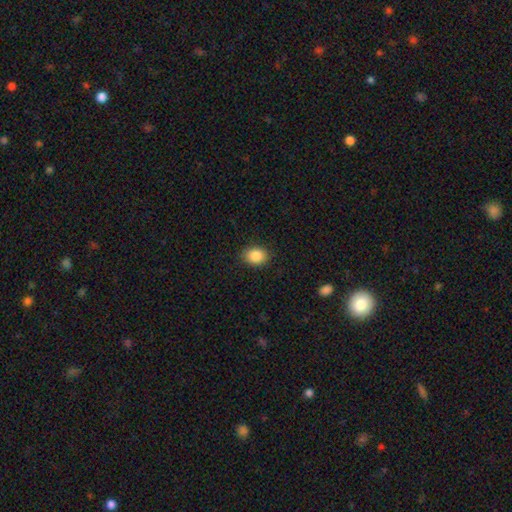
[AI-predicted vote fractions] smooth-or-featured: smooth: 87% | star or artifact: 8% | featured or disk: 5%
  how-rounded: in between: 63% | round: 36% | cigar-shaped: 1%
  merging: none: 88% | minor disturbance: 9% | major disturbance: 2% | merger: 1%